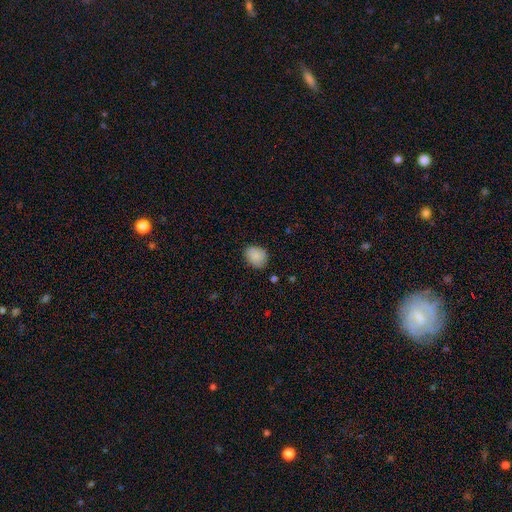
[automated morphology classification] smooth 88%, star or artifact 8%, featured or disk 5%. Down the decision tree: how rounded — in between (61%); merging — none (79%).